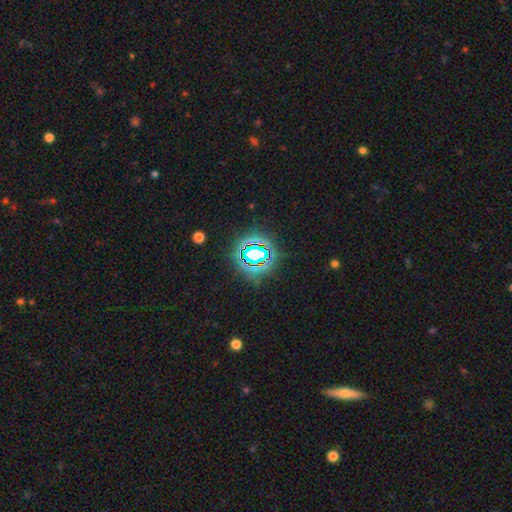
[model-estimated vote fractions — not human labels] Smooth or featured: star or artifact — 69% (smooth — 19%)